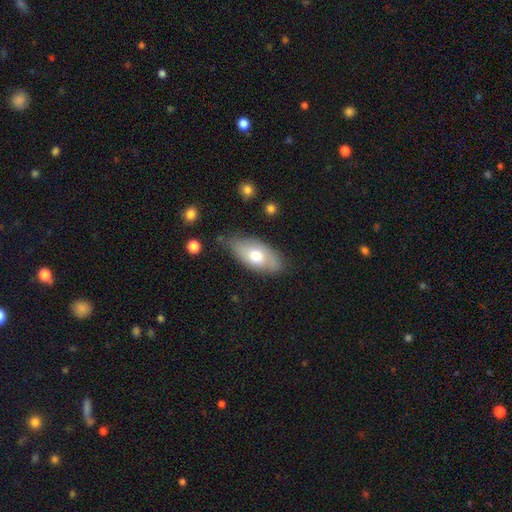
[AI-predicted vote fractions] Smooth or featured?
  - smooth: 66% *
  - featured or disk: 28%
  - star or artifact: 6%
How rounded?
  - in between: 89% *
  - cigar-shaped: 7%
  - round: 3%
Merging?
  - none: 71% *
  - minor disturbance: 22%
  - major disturbance: 4%
  - merger: 2%